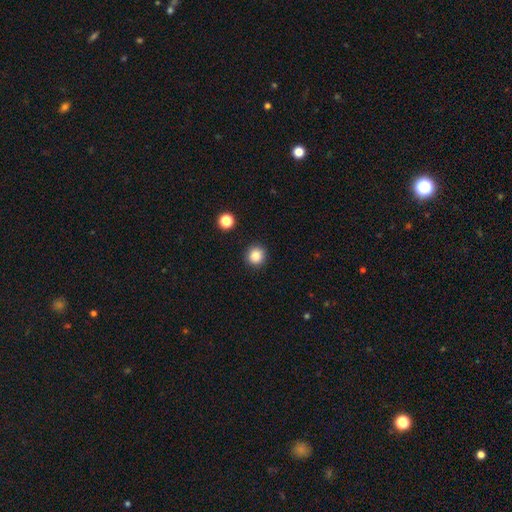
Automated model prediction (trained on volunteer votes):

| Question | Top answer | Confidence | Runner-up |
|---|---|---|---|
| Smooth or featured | smooth | 86% | star or artifact (10%) |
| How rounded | round | 91% | in between (8%) |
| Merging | none | 90% | minor disturbance (7%) |